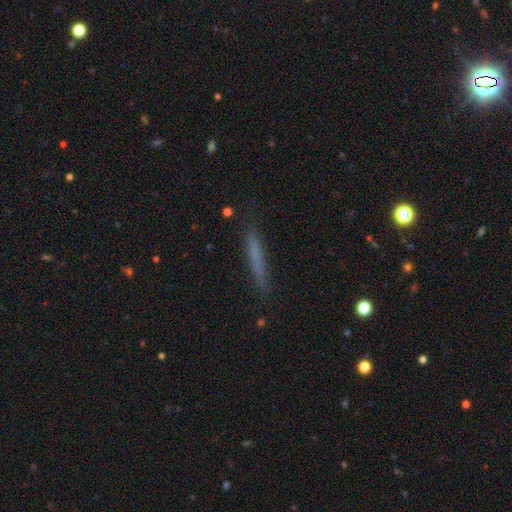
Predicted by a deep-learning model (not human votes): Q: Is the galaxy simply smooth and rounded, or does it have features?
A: smooth — 61%.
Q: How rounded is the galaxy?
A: cigar-shaped — 95%.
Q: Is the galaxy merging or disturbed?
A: none — 84%.